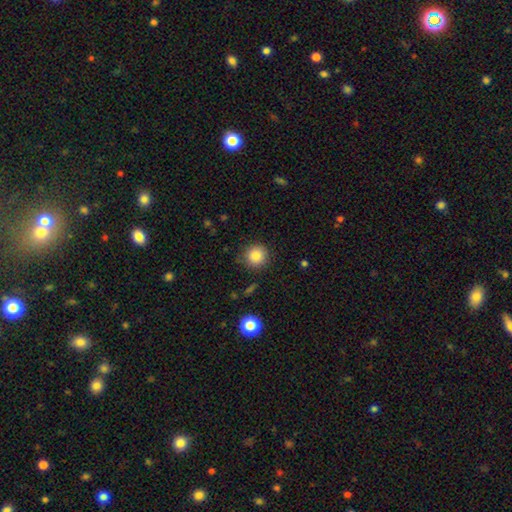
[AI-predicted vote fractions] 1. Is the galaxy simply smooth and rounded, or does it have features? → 85% smooth, 10% star or artifact, 5% featured or disk.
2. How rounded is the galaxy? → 93% round, 6% in between, 1% cigar-shaped.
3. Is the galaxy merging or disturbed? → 87% none, 9% minor disturbance, 3% major disturbance, 1% merger.